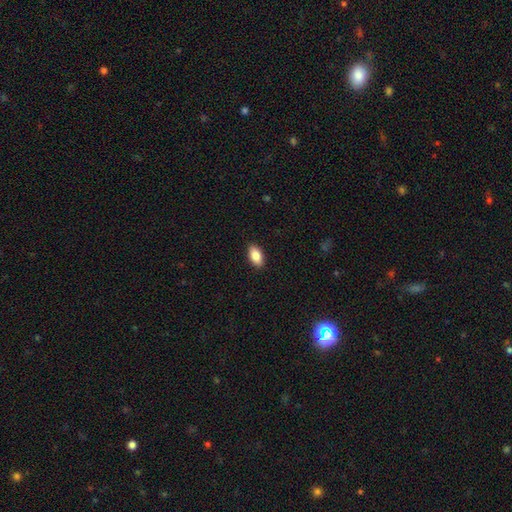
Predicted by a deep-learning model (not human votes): Overall: smooth (85%). How rounded: in between (92%). Merging: none (90%).